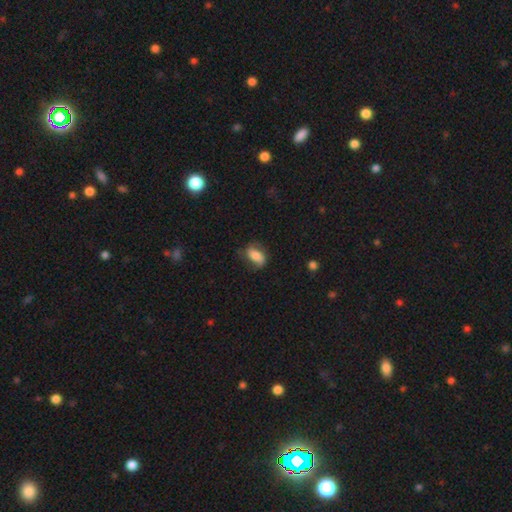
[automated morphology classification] A smooth galaxy with no disk features (72%) that is in between round and cigar-shaped (86%). Merging: none (58%).